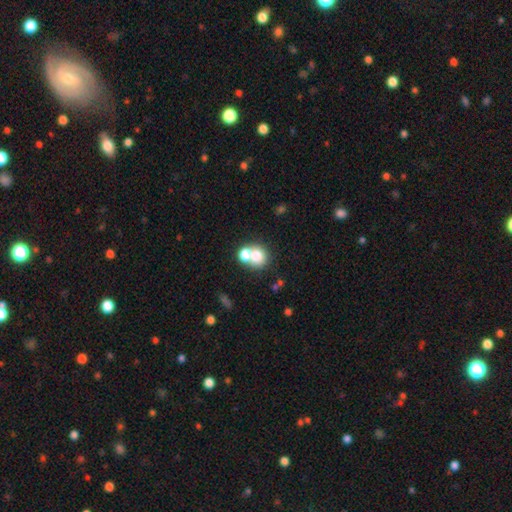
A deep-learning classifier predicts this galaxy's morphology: This appears to be a smooth galaxy with no disk features (72%) that is round (79%). Merging: merger (51%).